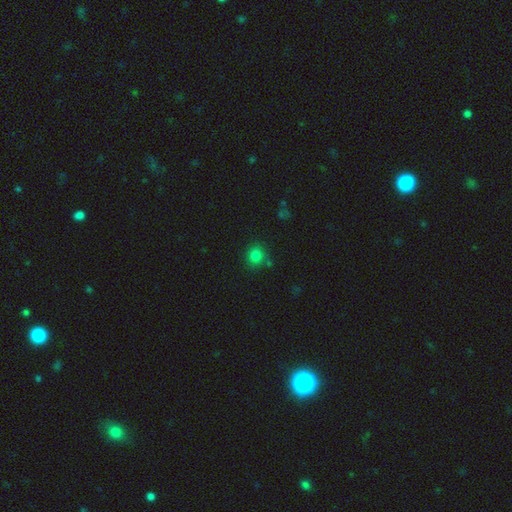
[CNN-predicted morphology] smooth 81%, star or artifact 14%, featured or disk 5%. Down the decision tree: how rounded — round (83%); merging — none (76%).